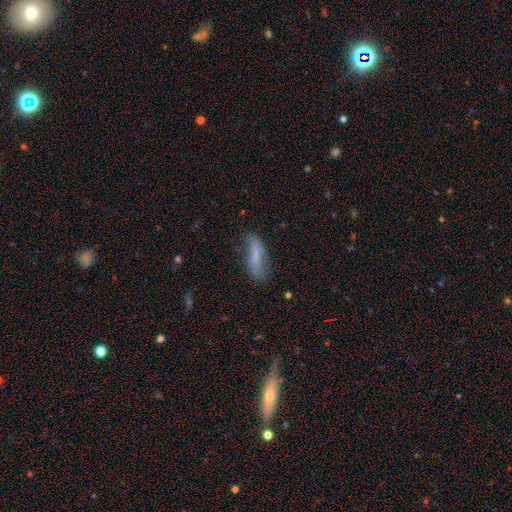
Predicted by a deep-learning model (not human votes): A smooth galaxy with no disk features (63%) that is cigar-shaped (50%). Merging: none (55%).